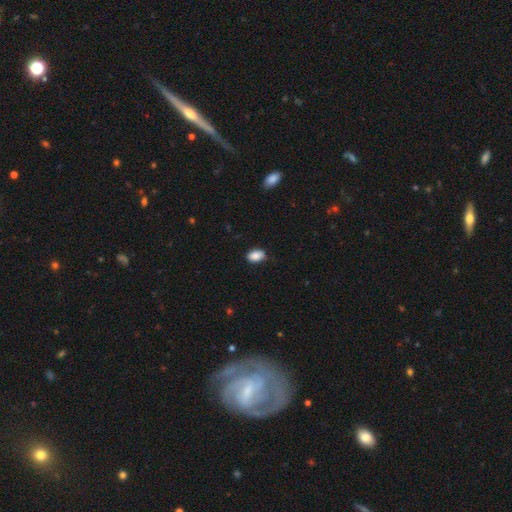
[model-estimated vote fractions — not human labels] Smooth or featured? smooth (88%)
How rounded? in between (86%)
Merging? none (82%)